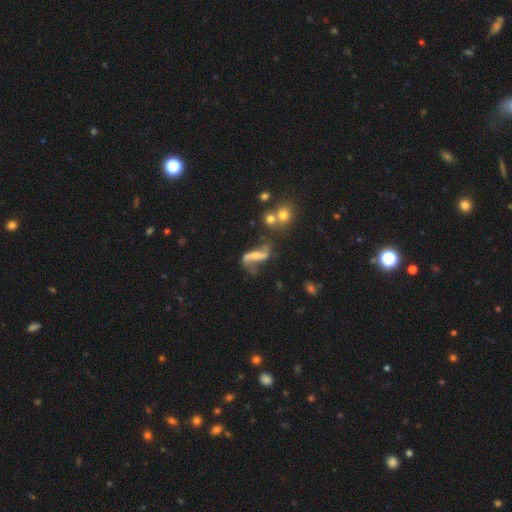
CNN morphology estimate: Smooth or featured?
  - featured or disk: 77% *
  - smooth: 14%
  - star or artifact: 9%
Edge-on disk?
  - no: 92% *
  - yes: 8%
Bar?
  - strong: 36% *
  - weak: 34%
  - no: 30%
Spiral arms?
  - yes: 89% *
  - no: 11%
Spiral winding?
  - loose: 88% *
  - medium: 9%
  - tight: 3%
Spiral arm count?
  - 2: 90% *
  - 1: 4%
  - can't tell: 3%
  - 3: 1%
  - 4: 1%
  - more than 4: 1%
Bulge size?
  - small: 39% *
  - none: 27%
  - moderate: 26%
  - large: 5%
  - dominant: 2%
Merging?
  - none: 52% *
  - minor disturbance: 18%
  - major disturbance: 16%
  - merger: 13%